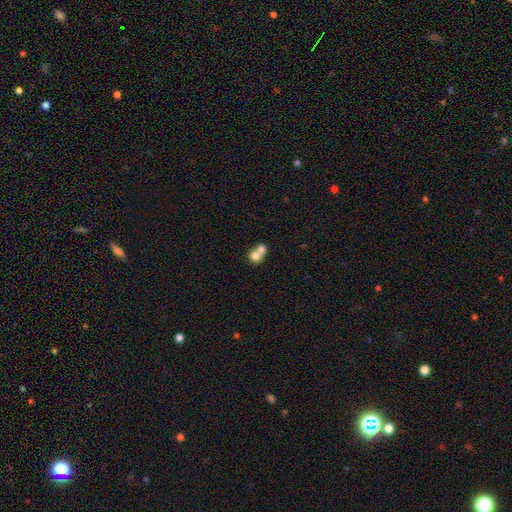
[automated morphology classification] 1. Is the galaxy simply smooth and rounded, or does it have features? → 74% smooth, 17% featured or disk, 9% star or artifact.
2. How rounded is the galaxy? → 76% round, 23% in between, 1% cigar-shaped.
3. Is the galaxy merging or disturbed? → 69% merger, 24% none, 5% minor disturbance, 2% major disturbance.